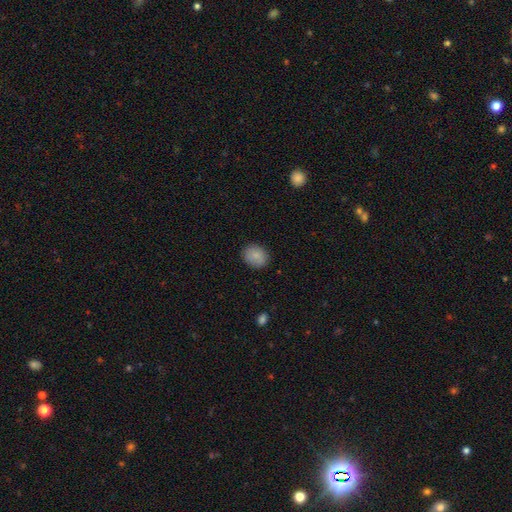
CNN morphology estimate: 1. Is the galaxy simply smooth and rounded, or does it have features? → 86% smooth, 8% star or artifact, 6% featured or disk.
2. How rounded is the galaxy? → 61% round, 38% in between, 1% cigar-shaped.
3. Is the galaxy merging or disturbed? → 85% none, 11% minor disturbance, 3% major disturbance, 1% merger.